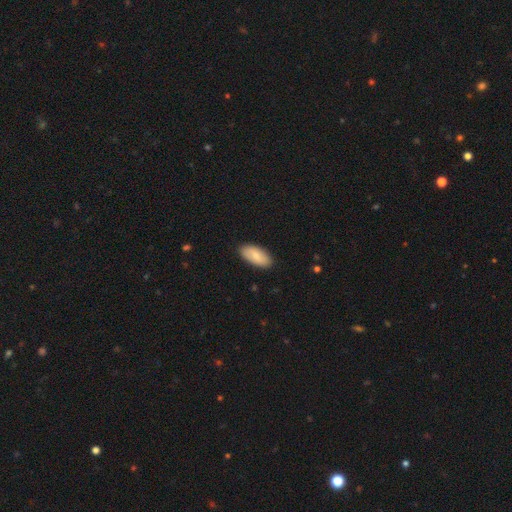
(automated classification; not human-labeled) Smooth or featured? smooth (78%)
How rounded? in between (91%)
Merging? none (88%)